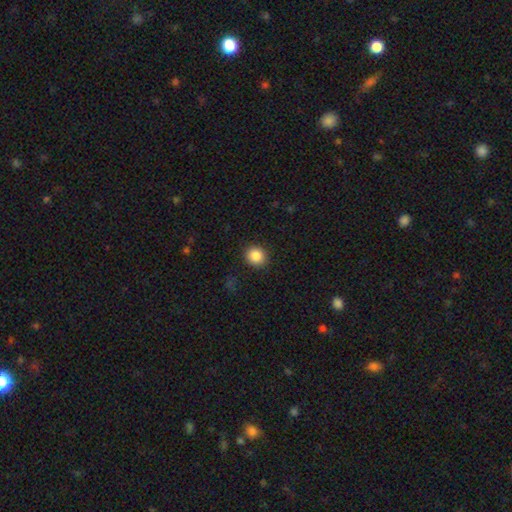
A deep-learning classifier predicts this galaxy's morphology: smooth 86%, star or artifact 9%, featured or disk 4%. Down the decision tree: how rounded — round (80%); merging — none (90%).